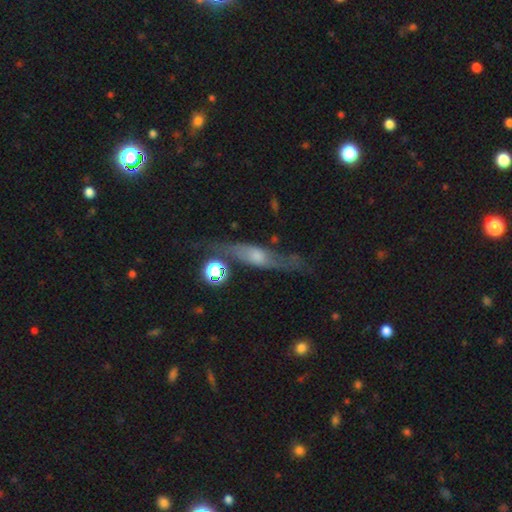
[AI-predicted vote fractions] Overall: featured or disk (59%; smooth 30%). Edge-on disk: yes (54%; no 46%). Merging: none (58%; minor disturbance 22%).